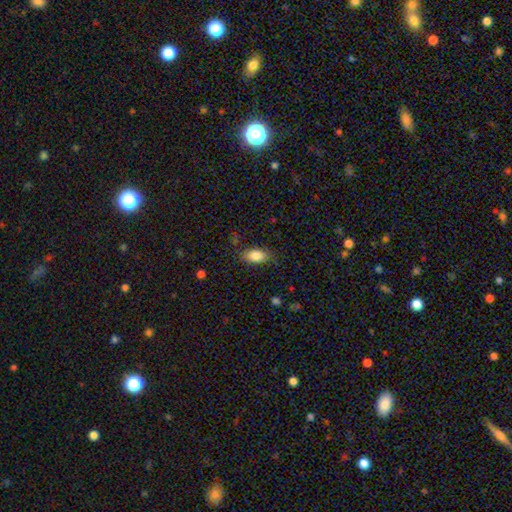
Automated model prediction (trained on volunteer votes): Smooth or featured: smooth — 85% (featured or disk — 8%)
How rounded: in between — 90% (round — 5%)
Merging: none — 80% (minor disturbance — 15%)